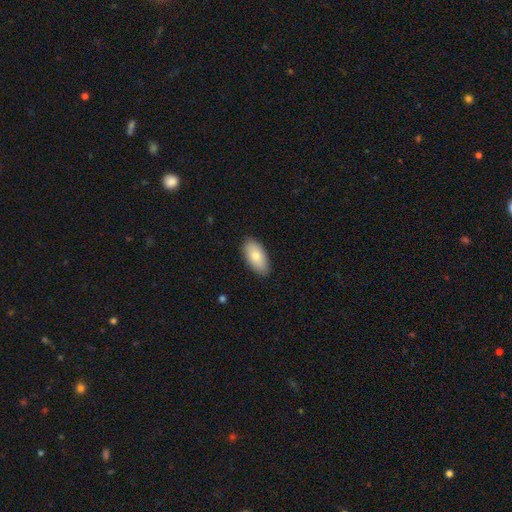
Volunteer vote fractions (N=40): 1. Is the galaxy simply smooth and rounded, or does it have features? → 75% smooth, 12% featured or disk, 12% star or artifact.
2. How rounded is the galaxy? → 93% in between, 3% round, 3% cigar-shaped.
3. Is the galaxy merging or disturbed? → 80% none, 20% minor disturbance, 0% major disturbance, 0% merger.